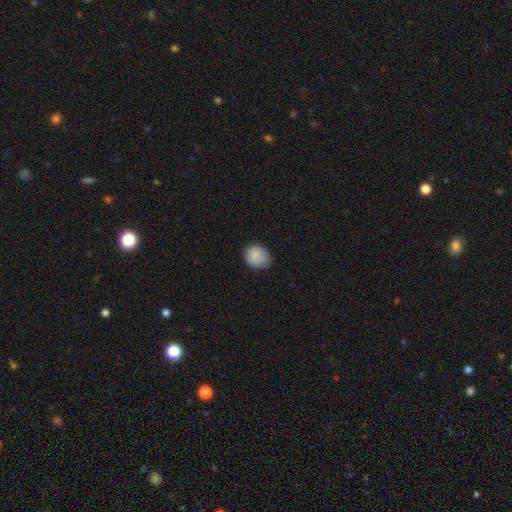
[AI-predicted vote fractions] smooth 85%, star or artifact 8%, featured or disk 7%. Down the decision tree: how rounded — round (72%); merging — none (74%).